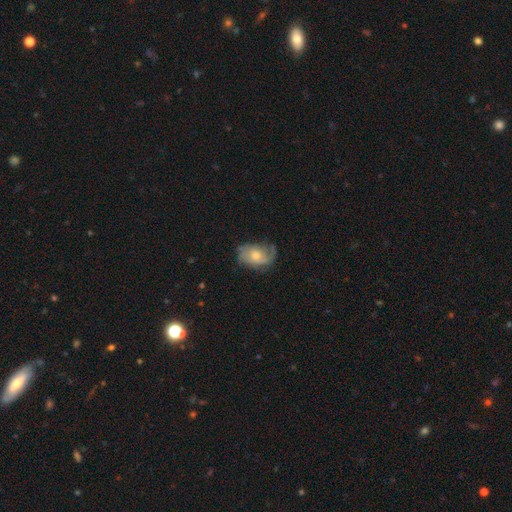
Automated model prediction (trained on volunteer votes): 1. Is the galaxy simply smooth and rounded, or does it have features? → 62% featured or disk, 31% smooth, 7% star or artifact.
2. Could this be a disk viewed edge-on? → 96% no, 4% yes.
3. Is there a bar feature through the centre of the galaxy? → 77% no, 20% weak, 3% strong.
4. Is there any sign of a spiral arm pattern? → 86% yes, 14% no.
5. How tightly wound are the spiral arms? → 39% medium, 33% tight, 28% loose.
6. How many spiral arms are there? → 47% 2, 27% can't tell, 10% 1, 9% 3, 3% 4, 3% more than 4.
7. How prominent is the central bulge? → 54% moderate, 36% small, 6% large, 3% none, 1% dominant.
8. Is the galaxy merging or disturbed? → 61% none, 26% minor disturbance, 12% major disturbance, 1% merger.